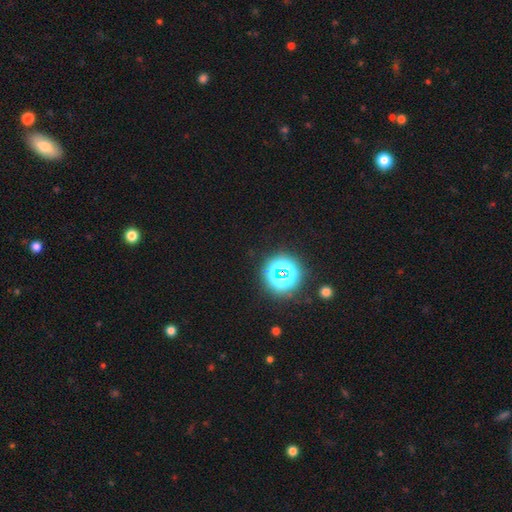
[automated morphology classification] A star or artifact, not a galaxy (81%).

Vote fractions:
- Smooth or featured? star or artifact: 81% / smooth: 12% / featured or disk: 6%